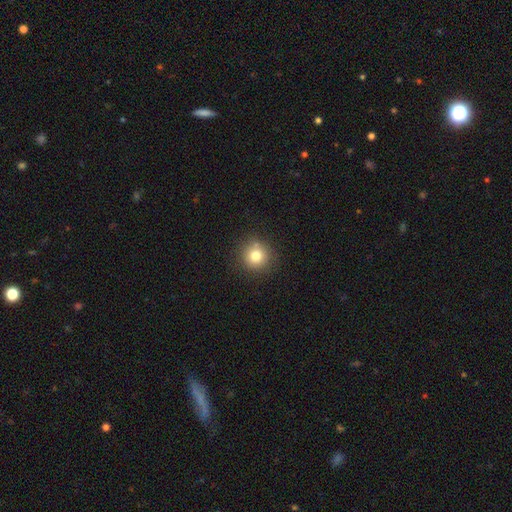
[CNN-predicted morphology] Smooth or featured: smooth — 79% (star or artifact — 12%)
How rounded: round — 93% (in between — 6%)
Merging: none — 84% (minor disturbance — 9%)